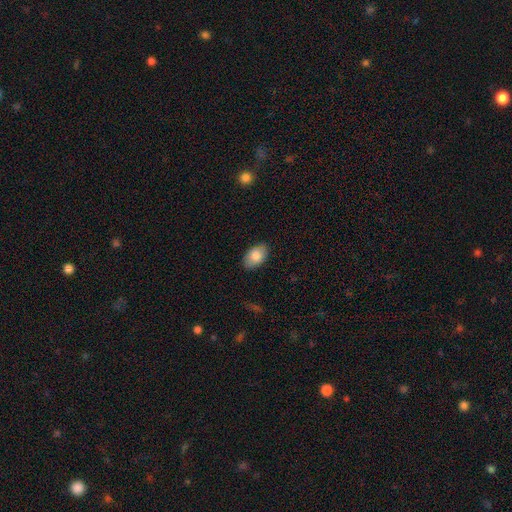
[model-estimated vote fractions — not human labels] This appears to be a smooth galaxy with no disk features (83%) that is in between round and cigar-shaped (91%). Merging: none (86%).